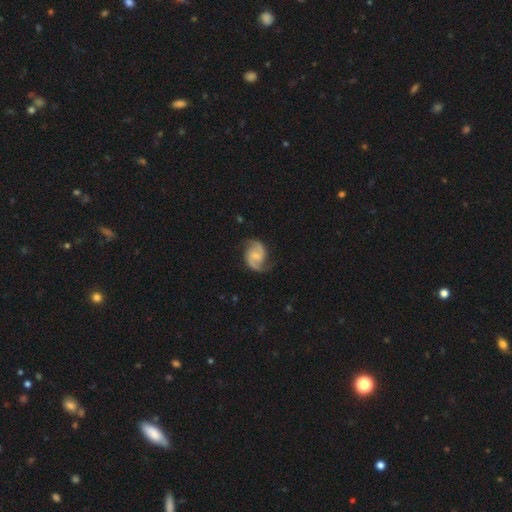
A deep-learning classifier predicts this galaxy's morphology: Smooth or featured? featured or disk (88%)
Edge-on disk? no (98%)
Bar? no (48%)
Spiral arms? yes (98%)
Spiral winding? medium (56%)
Spiral arm count? 2 (94%)
Bulge size? small (47%)
Merging? none (80%)